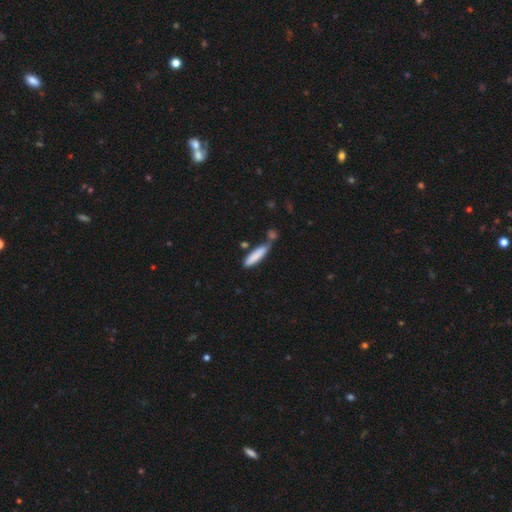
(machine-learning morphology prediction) Smooth or featured? smooth (82%)
How rounded? cigar-shaped (75%)
Merging? none (52%)